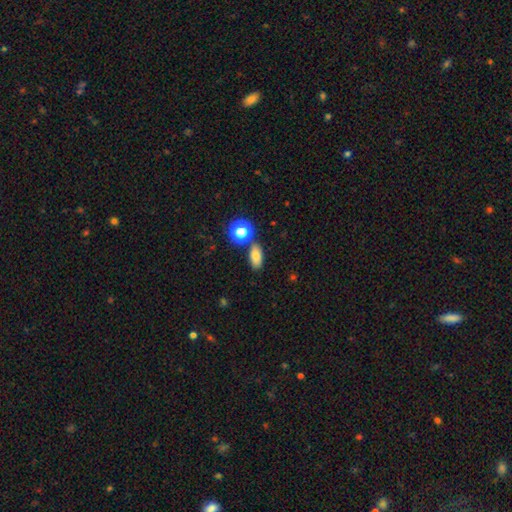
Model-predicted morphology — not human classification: Smooth or featured: smooth — 77% (star or artifact — 14%)
How rounded: in between — 83% (round — 12%)
Merging: none — 78% (minor disturbance — 10%)